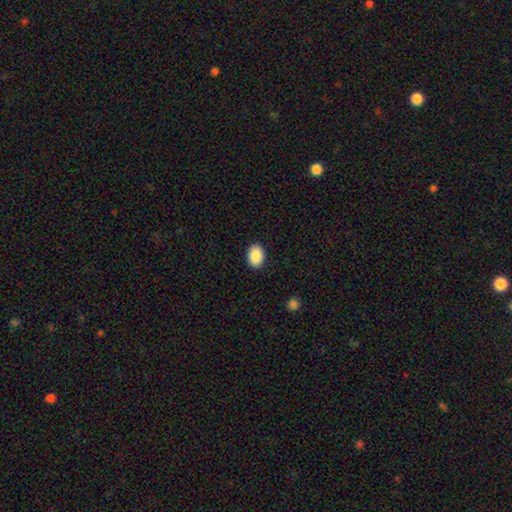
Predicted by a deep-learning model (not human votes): Overall: smooth (90%). How rounded: in between (80%). Merging: none (90%).